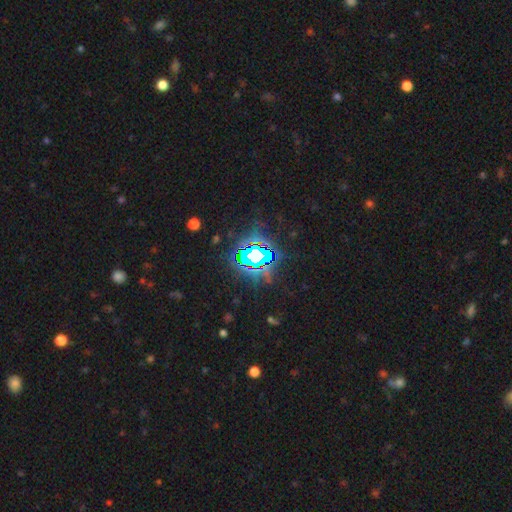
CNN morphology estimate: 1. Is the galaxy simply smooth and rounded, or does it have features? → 76% star or artifact, 13% featured or disk, 11% smooth.